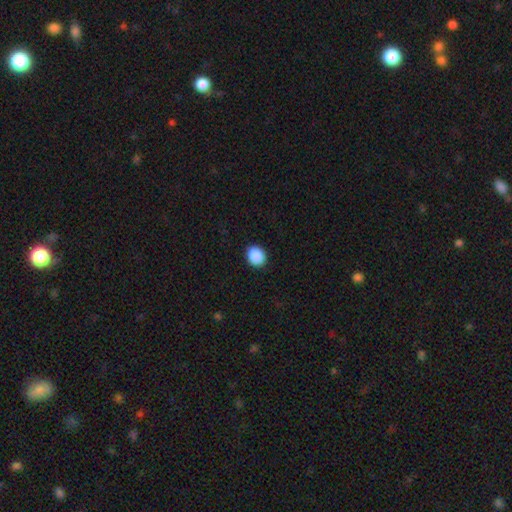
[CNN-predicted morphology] This appears to be a smooth galaxy with no disk features (90%) that is round (65%). Merging: none (92%).